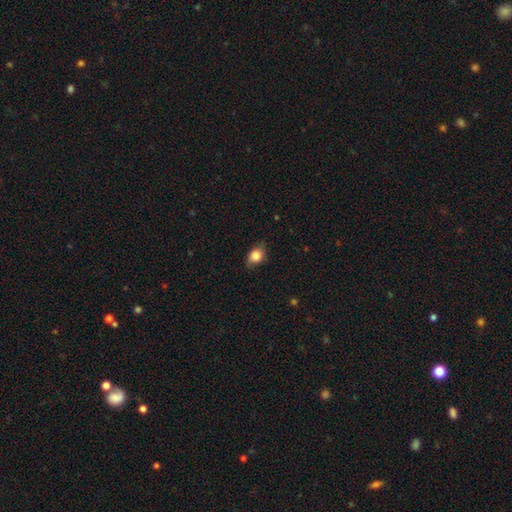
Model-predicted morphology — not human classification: The model was most divided on "how rounded": in between: 61%, round: 37%, cigar-shaped: 2%. More confident: smooth or featured — smooth (82%); merging — none (71%).